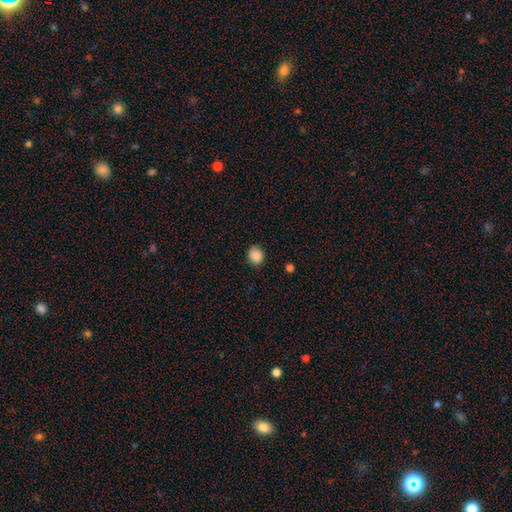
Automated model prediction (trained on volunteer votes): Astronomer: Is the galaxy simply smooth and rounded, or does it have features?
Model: smooth — 88%.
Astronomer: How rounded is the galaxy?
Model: round — 83%.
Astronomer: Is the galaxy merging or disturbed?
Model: none — 87%.